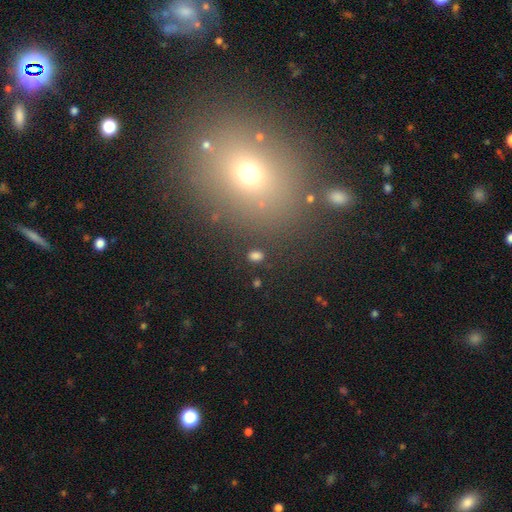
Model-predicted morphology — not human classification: A smooth galaxy with no disk features (78%) that is in between round and cigar-shaped (63%).

Vote fractions:
- Smooth or featured? smooth: 78% / star or artifact: 16% / featured or disk: 6%
- How rounded? in between: 63% / round: 35% / cigar-shaped: 2%
- Merging? none: 86% / minor disturbance: 8% / major disturbance: 4% / merger: 3%